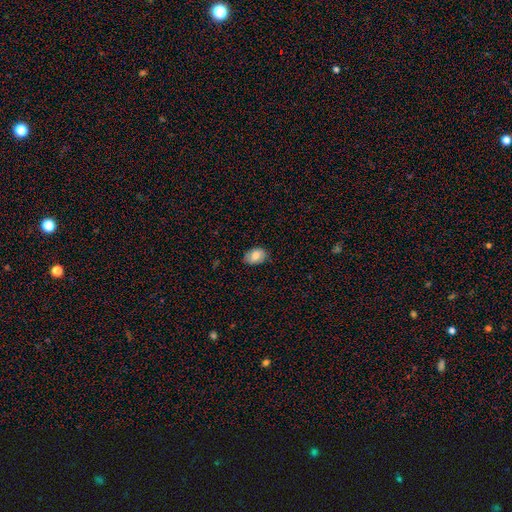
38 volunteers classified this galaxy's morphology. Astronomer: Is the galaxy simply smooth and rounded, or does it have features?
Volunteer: smooth — 87%.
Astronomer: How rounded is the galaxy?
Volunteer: in between — 79%.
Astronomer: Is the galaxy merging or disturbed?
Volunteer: none — 86%.